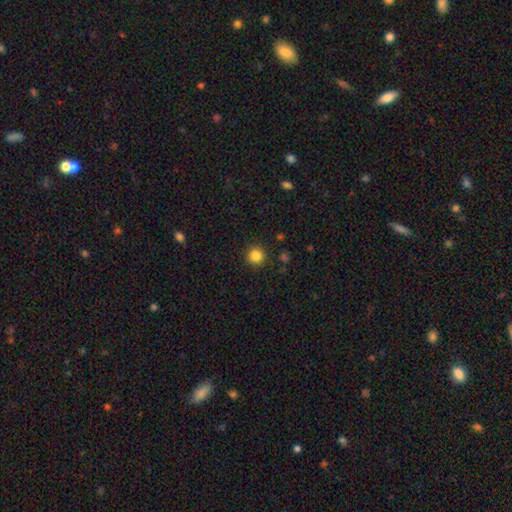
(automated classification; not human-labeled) Smooth or featured? Predicted: smooth (p=0.84). How rounded? Predicted: round (p=0.95). Merging? Predicted: none (p=0.92).